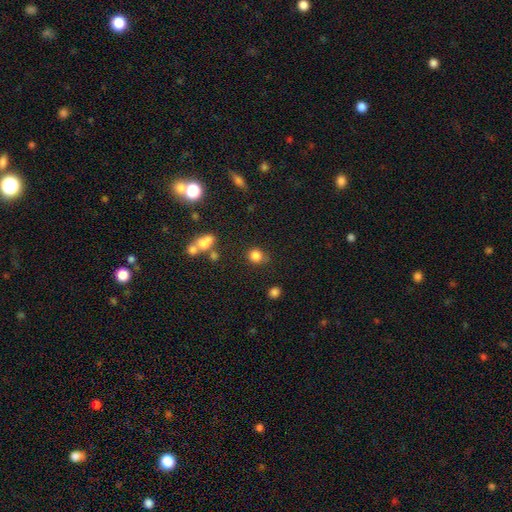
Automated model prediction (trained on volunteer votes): A smooth galaxy with no disk features (82%) that is round (80%).

Vote fractions:
- Smooth or featured? smooth: 82% / star or artifact: 13% / featured or disk: 6%
- How rounded? round: 80% / in between: 19% / cigar-shaped: 1%
- Merging? none: 70% / minor disturbance: 17% / merger: 7% / major disturbance: 6%